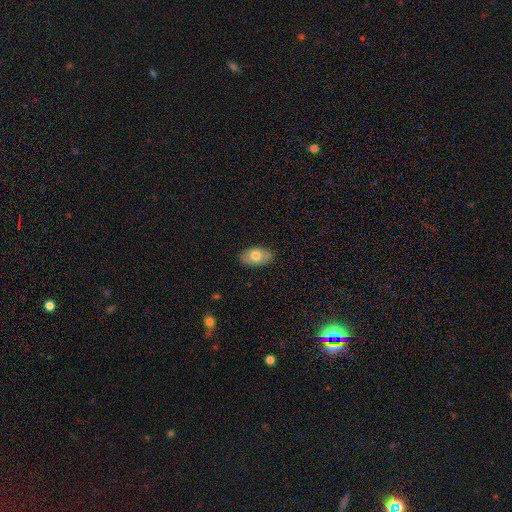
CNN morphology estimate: type=smooth (62%); roundness=in between (91%); merging=none (84%).